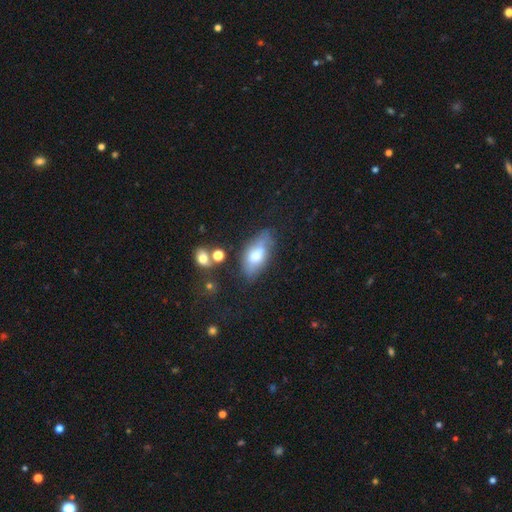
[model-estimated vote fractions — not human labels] Overall: smooth (57%; featured or disk 33%). How rounded: in between (86%). Merging: none (53%; minor disturbance 25%).